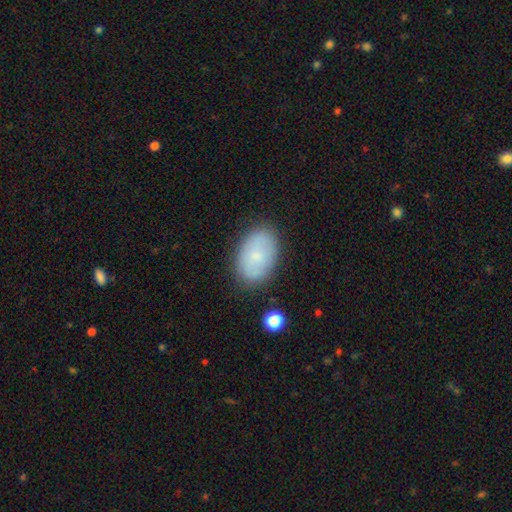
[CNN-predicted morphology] smooth 71%, featured or disk 21%, star or artifact 8%. Down the decision tree: how rounded — in between (88%); merging — none (80%).